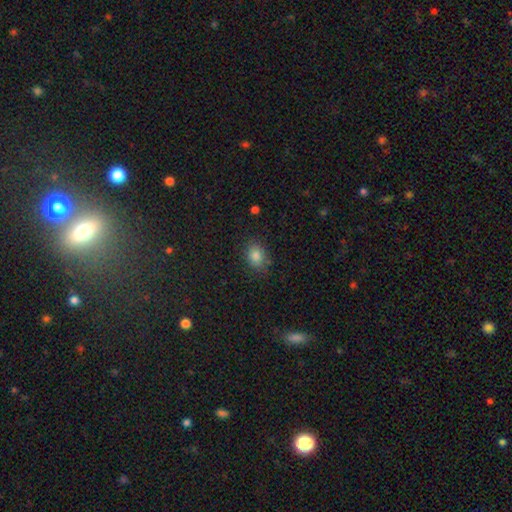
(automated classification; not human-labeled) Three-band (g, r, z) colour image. It shows a smooth galaxy with no disk features (82%) that is in between round and cigar-shaped (70%). Merging: none (80%).